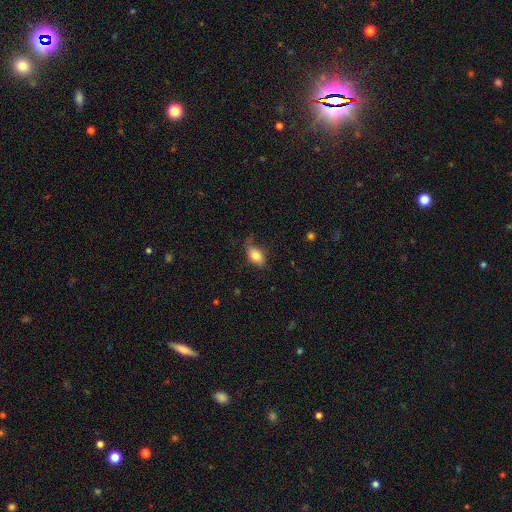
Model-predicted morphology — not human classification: This is likely a smooth galaxy (80%). How rounded: clearly in between (85%). Merging: likely none (61%).